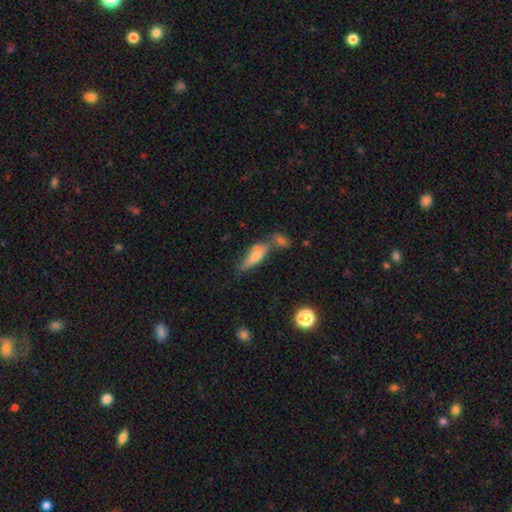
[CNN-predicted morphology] smooth_or_featured: smooth (p=0.60) [alt: featured or disk p=0.31]
how_rounded: in between (p=0.50) [alt: cigar-shaped p=0.47]
merging: none (p=0.43) [alt: merger p=0.31]